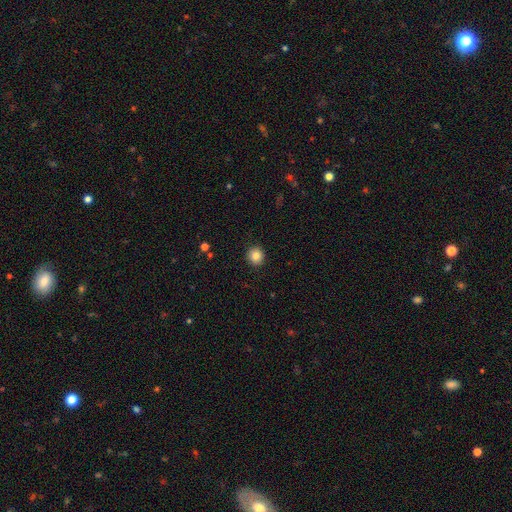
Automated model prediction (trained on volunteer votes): smooth_or_featured: smooth (p=0.84) [alt: star or artifact p=0.10]
how_rounded: round (p=0.91) [alt: in between p=0.08]
merging: none (p=0.92) [alt: minor disturbance p=0.05]